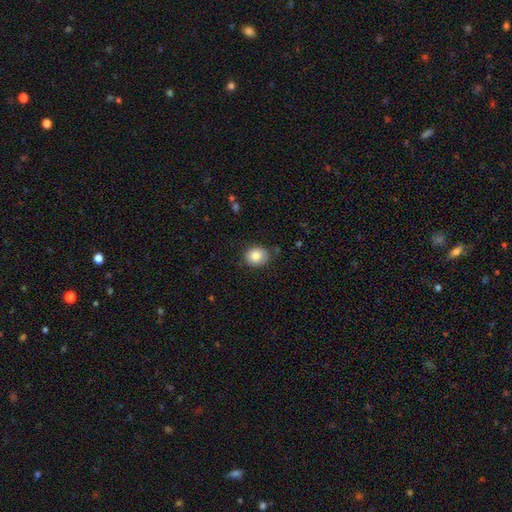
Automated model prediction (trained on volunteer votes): Q: Smooth or featured?
A: smooth (84%); runner-up: star or artifact (9%)
Q: How rounded?
A: round (67%); runner-up: in between (32%)
Q: Merging?
A: none (82%); runner-up: minor disturbance (14%)